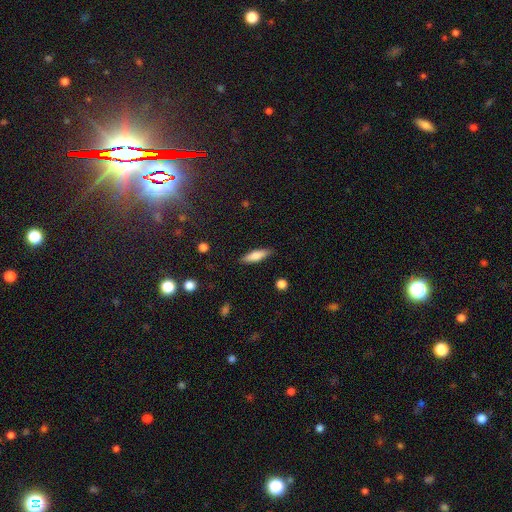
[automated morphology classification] A smooth galaxy with no disk features (74%) that is cigar-shaped (62%). Merging: none (87%).